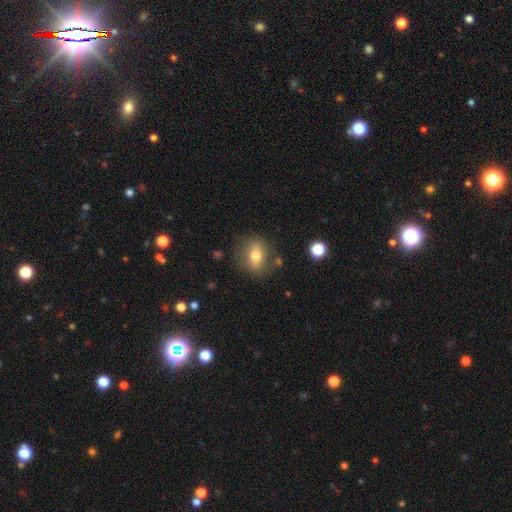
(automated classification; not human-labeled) This appears to be a smooth galaxy with no disk features (64%) that is in between round and cigar-shaped (55%). Merging: none (78%).